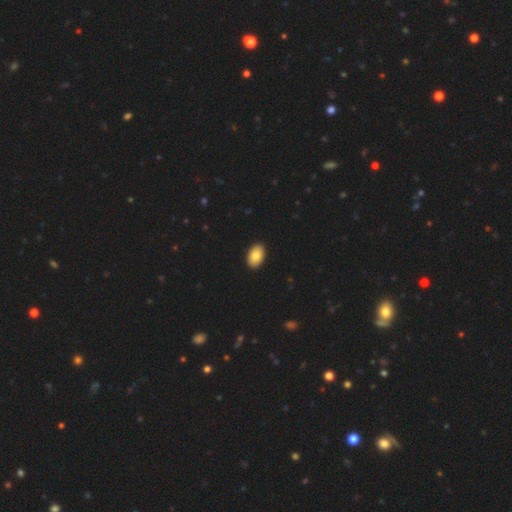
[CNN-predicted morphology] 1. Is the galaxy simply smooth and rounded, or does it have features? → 86% smooth, 7% featured or disk, 7% star or artifact.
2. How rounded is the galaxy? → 92% in between, 7% round, 1% cigar-shaped.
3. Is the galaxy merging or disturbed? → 92% none, 6% minor disturbance, 1% major disturbance, 1% merger.